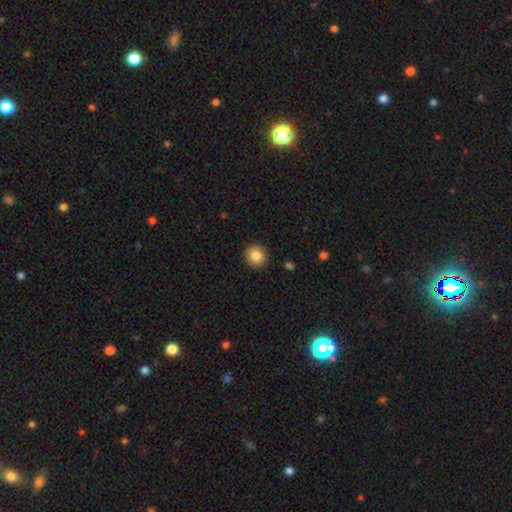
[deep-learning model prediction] Smooth or featured?
  - smooth: 85% *
  - star or artifact: 9%
  - featured or disk: 6%
How rounded?
  - round: 92% *
  - in between: 7%
  - cigar-shaped: 1%
Merging?
  - none: 91% *
  - minor disturbance: 6%
  - major disturbance: 2%
  - merger: 1%